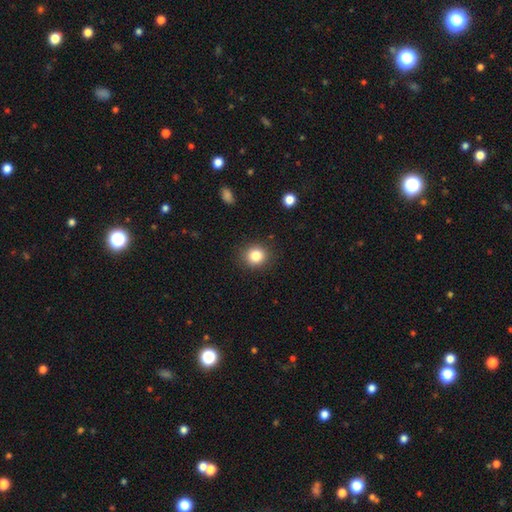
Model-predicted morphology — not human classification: This is clearly a smooth galaxy (83%). How rounded: clearly round (86%). Merging: clearly none (89%).